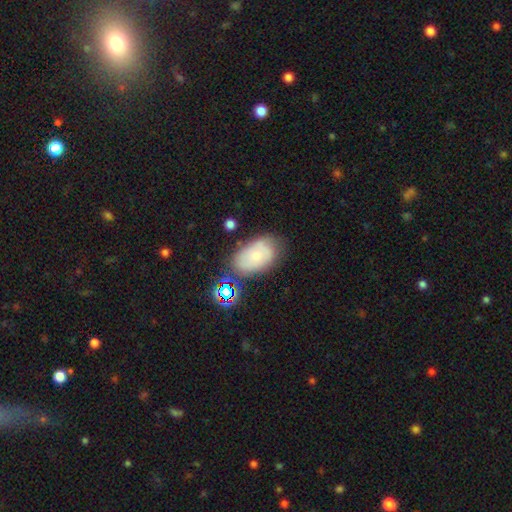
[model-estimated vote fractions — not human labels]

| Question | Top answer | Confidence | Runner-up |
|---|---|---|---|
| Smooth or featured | smooth | 59% | featured or disk (29%) |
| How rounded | in between | 90% | round (9%) |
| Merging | none | 61% | minor disturbance (25%) |